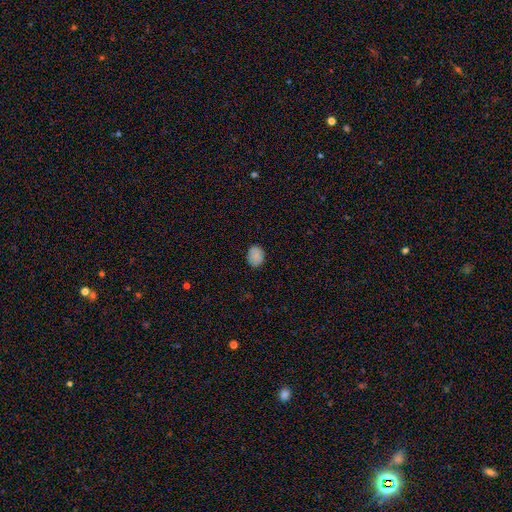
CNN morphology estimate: A smooth galaxy with no disk features (86%) that is in between round and cigar-shaped (53%).

Vote fractions:
- Smooth or featured? smooth: 86% / star or artifact: 9% / featured or disk: 5%
- How rounded? in between: 53% / round: 46% / cigar-shaped: 1%
- Merging? none: 86% / minor disturbance: 11% / major disturbance: 2% / merger: 1%